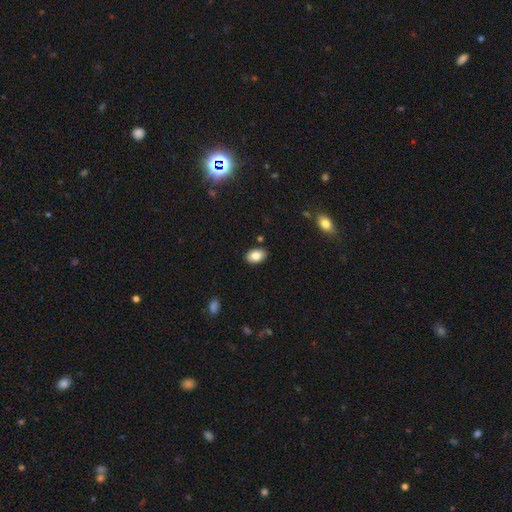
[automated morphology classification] A smooth galaxy with no disk features (84%) that is in between round and cigar-shaped (89%).

Vote fractions:
- Smooth or featured? smooth: 84% / featured or disk: 8% / star or artifact: 8%
- How rounded? in between: 89% / round: 10% / cigar-shaped: 1%
- Merging? none: 87% / minor disturbance: 9% / major disturbance: 2% / merger: 2%